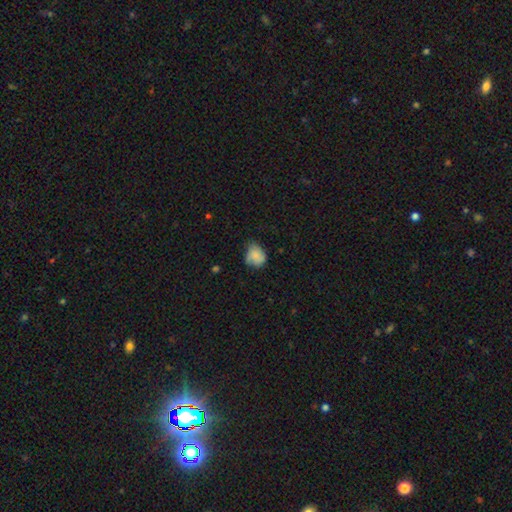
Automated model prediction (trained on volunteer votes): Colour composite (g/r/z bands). It shows a smooth galaxy with no disk features (76%) that is round (56%). Merging: none (48%).